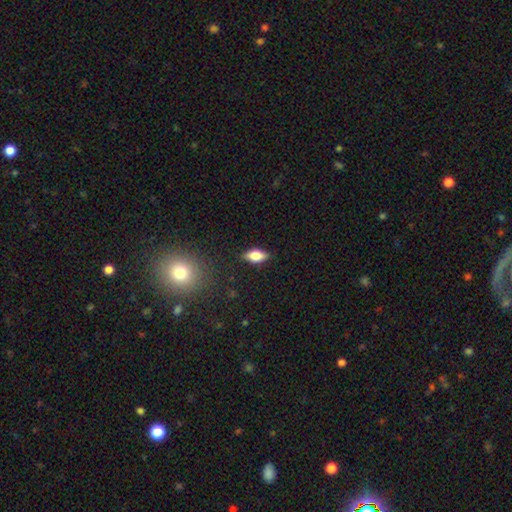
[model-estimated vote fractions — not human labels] Q: Smooth or featured?
A: smooth (66%); runner-up: featured or disk (26%)
Q: How rounded?
A: in between (81%); runner-up: cigar-shaped (14%)
Q: Merging?
A: none (86%); runner-up: minor disturbance (10%)